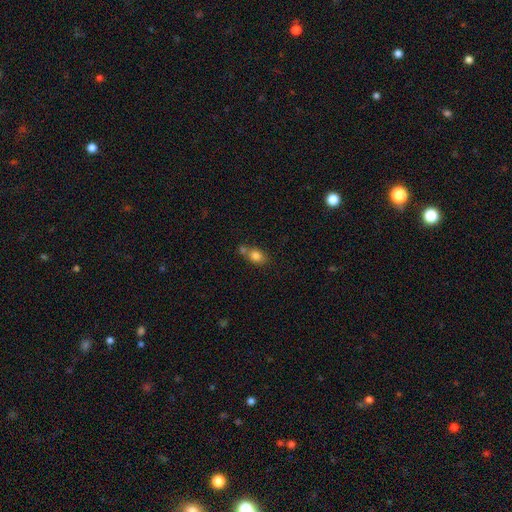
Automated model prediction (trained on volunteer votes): Smooth or featured: smooth — 81% (featured or disk — 10%)
How rounded: in between — 65% (round — 33%)
Merging: none — 48% (merger — 36%)